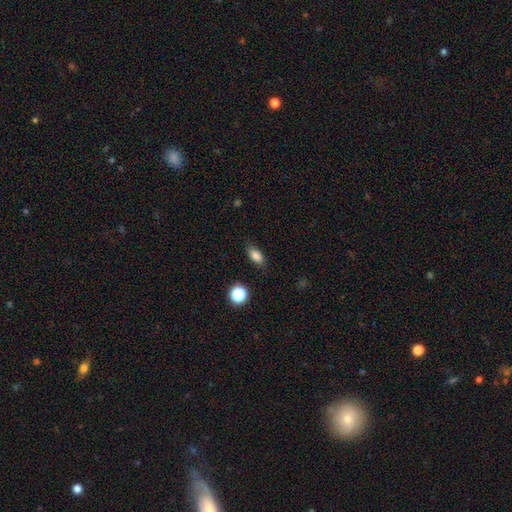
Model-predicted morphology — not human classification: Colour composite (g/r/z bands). It shows a smooth galaxy with no disk features (84%) that is in between round and cigar-shaped (84%). Merging: none (83%).